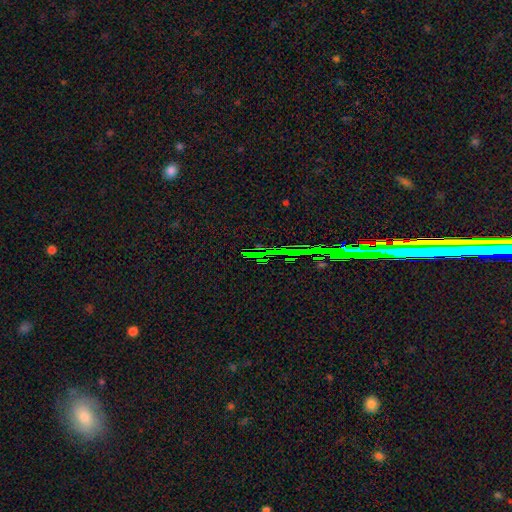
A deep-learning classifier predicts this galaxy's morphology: smooth_or_featured: star or artifact (p=0.74) [alt: smooth p=0.15]